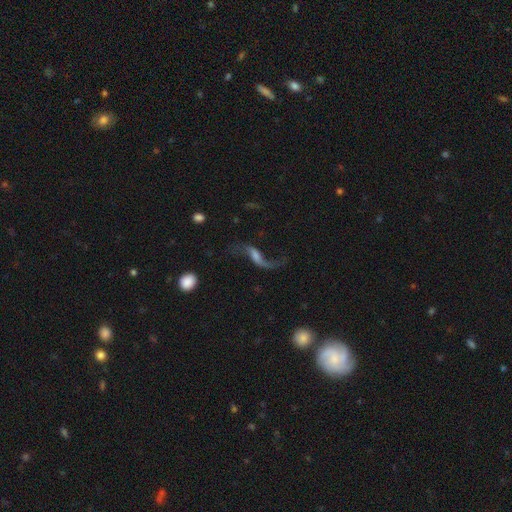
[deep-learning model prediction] Smooth or featured?
  - featured or disk: 79% *
  - smooth: 13%
  - star or artifact: 8%
Edge-on disk?
  - no: 91% *
  - yes: 9%
Bar?
  - weak: 41% *
  - no: 38%
  - strong: 22%
Spiral arms?
  - yes: 92% *
  - no: 8%
Spiral winding?
  - loose: 94% *
  - medium: 4%
  - tight: 2%
Spiral arm count?
  - 2: 87% *
  - 1: 9%
  - can't tell: 2%
  - 3: 1%
  - 4: 1%
  - more than 4: 1%
Bulge size?
  - small: 32% *
  - moderate: 27%
  - none: 27%
  - large: 11%
  - dominant: 3%
Merging?
  - none: 57% *
  - major disturbance: 22%
  - minor disturbance: 15%
  - merger: 5%